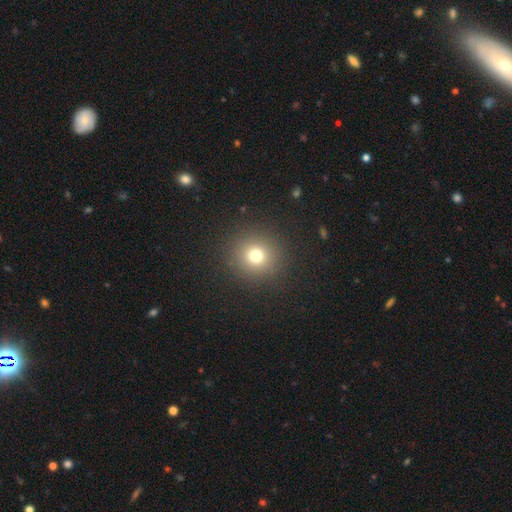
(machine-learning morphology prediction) Q: Smooth or featured?
A: smooth (75%); runner-up: star or artifact (17%)
Q: How rounded?
A: round (92%); runner-up: in between (7%)
Q: Merging?
A: none (90%); runner-up: minor disturbance (6%)